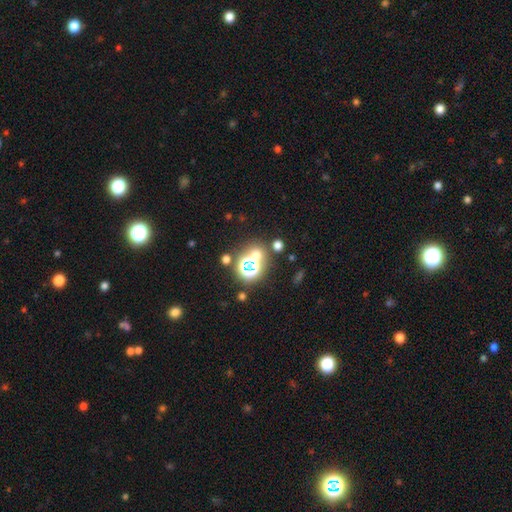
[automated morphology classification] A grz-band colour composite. It shows a star or artifact, not a galaxy (49%).